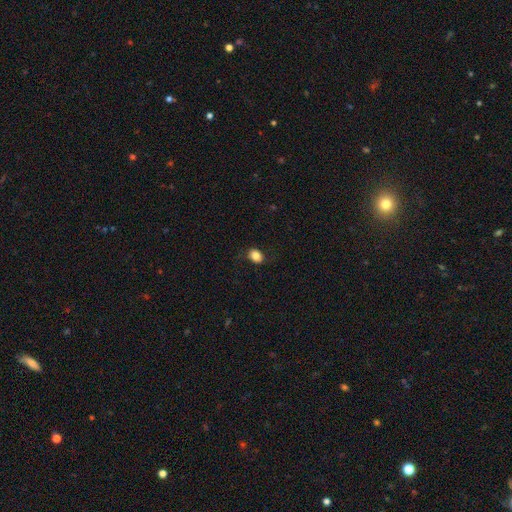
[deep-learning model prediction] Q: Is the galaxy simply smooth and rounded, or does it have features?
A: smooth — 84%.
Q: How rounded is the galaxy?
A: in between — 64%.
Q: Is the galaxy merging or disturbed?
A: none — 80%.